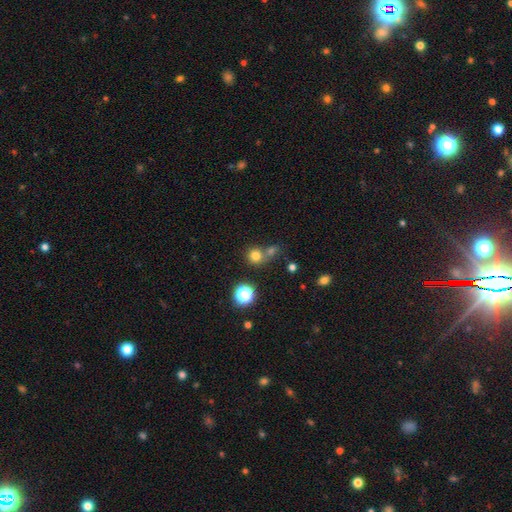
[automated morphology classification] Q: Smooth or featured?
A: smooth (74%); runner-up: star or artifact (18%)
Q: How rounded?
A: round (88%); runner-up: in between (11%)
Q: Merging?
A: none (56%); runner-up: merger (32%)